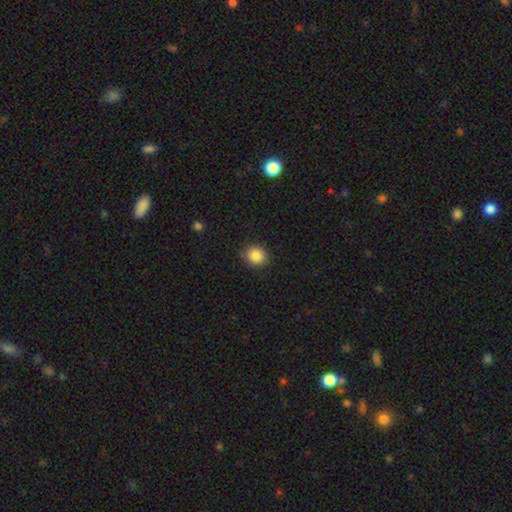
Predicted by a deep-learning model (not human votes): This appears to be a smooth galaxy with no disk features (86%) that is round (83%). Merging: none (89%).